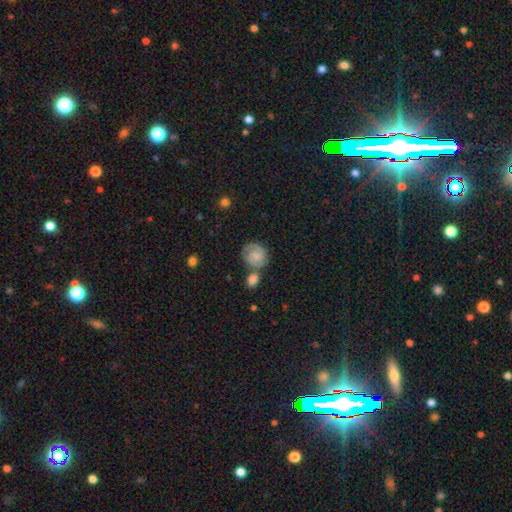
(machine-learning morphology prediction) Smooth or featured: featured or disk — 69% (smooth — 24%)
Edge-on disk: no — 98% (yes — 2%)
Bar: no — 57% (weak — 36%)
Spiral arms: yes — 95% (no — 5%)
Spiral winding: tight — 53% (medium — 39%)
Spiral arm count: 2 — 81% (can't tell — 8%)
Bulge size: small — 46% (moderate — 26%)
Merging: none — 58% (merger — 22%)